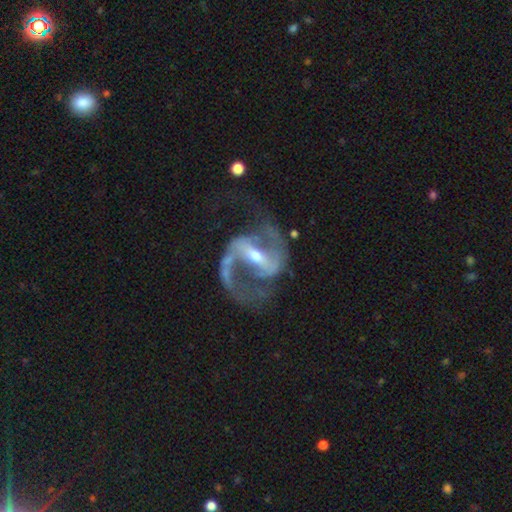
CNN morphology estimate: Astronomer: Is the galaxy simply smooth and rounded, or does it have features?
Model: featured or disk — 91%.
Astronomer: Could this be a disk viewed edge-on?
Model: no — 97%.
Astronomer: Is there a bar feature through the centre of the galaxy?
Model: strong — 64%.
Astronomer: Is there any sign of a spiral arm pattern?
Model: yes — 94%.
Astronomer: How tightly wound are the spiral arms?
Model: medium — 45%, tied with loose at 45%.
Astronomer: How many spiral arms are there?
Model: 2 — 90%.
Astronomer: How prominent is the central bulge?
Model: moderate — 48% (runner-up: small, 47%).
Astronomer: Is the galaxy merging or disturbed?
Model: none — 56%.